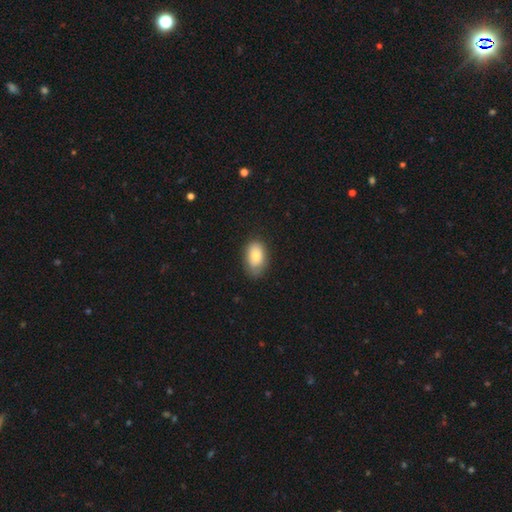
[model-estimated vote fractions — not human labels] This is clearly a smooth galaxy (81%). How rounded: clearly in between (90%). Merging: likely none (72%).